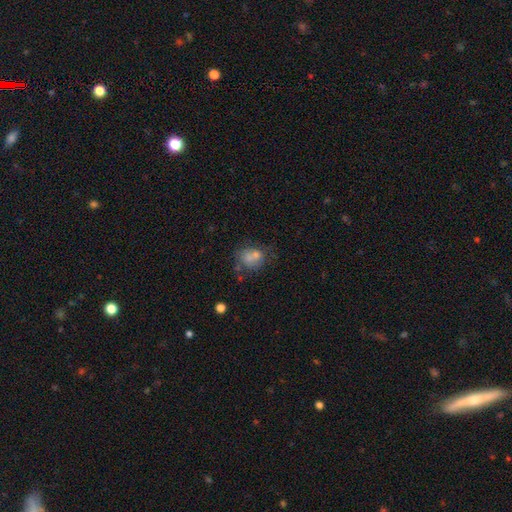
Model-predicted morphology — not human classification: smooth_or_featured: smooth (p=0.60) [alt: featured or disk p=0.22]
how_rounded: round (p=0.56) [alt: in between p=0.43]
merging: none (p=0.47) [alt: merger p=0.21]